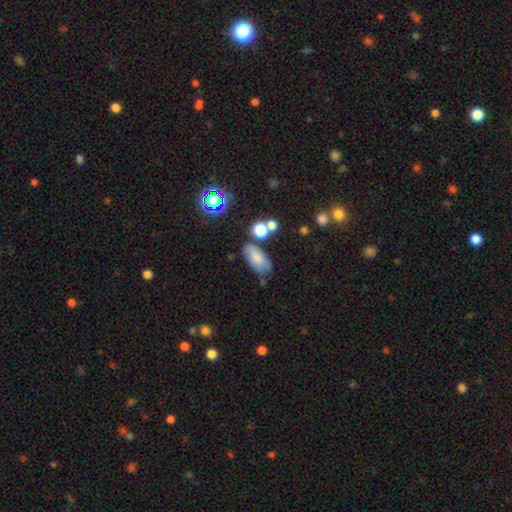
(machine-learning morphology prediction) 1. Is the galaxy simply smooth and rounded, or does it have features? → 70% smooth, 18% featured or disk, 11% star or artifact.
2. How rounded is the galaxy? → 90% in between, 5% round, 5% cigar-shaped.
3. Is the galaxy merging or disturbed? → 60% none, 22% minor disturbance, 11% merger, 8% major disturbance.